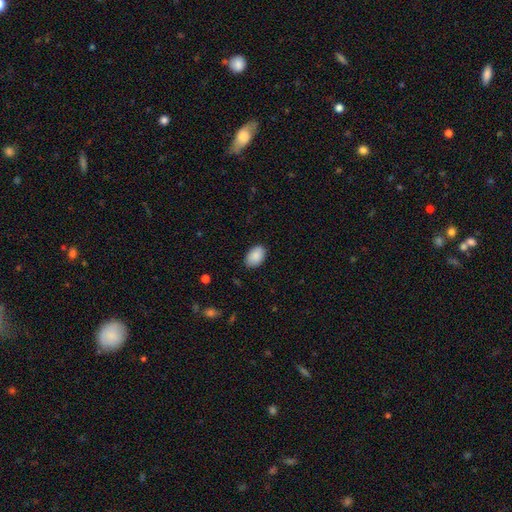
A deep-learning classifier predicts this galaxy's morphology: type=smooth (89%); roundness=in between (89%); merging=none (85%).